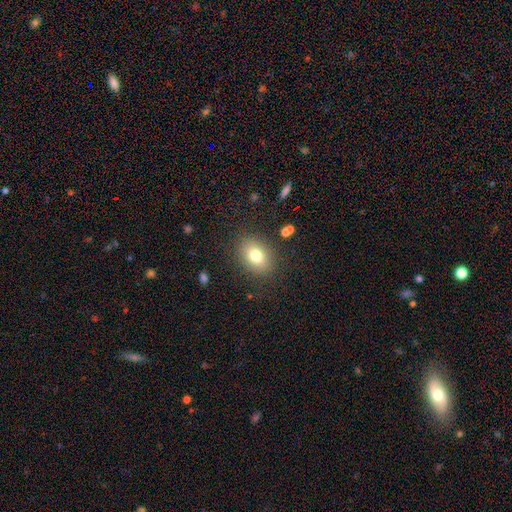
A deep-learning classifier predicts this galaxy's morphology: Q: Smooth or featured?
A: smooth (77%); runner-up: featured or disk (12%)
Q: How rounded?
A: in between (69%); runner-up: round (30%)
Q: Merging?
A: none (84%); runner-up: minor disturbance (10%)